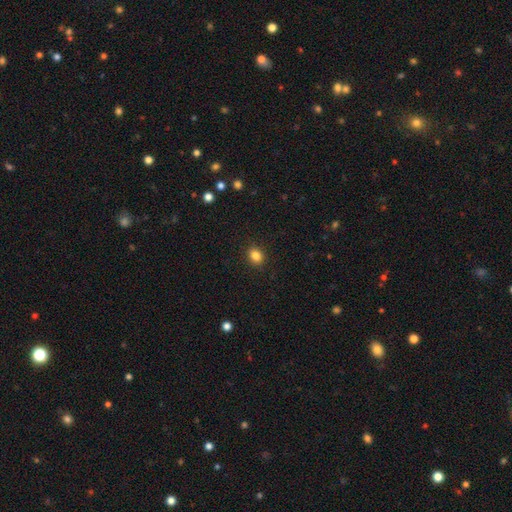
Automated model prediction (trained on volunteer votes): Morphology: type=smooth (84%); roundness=round (57%); merging=none (90%).